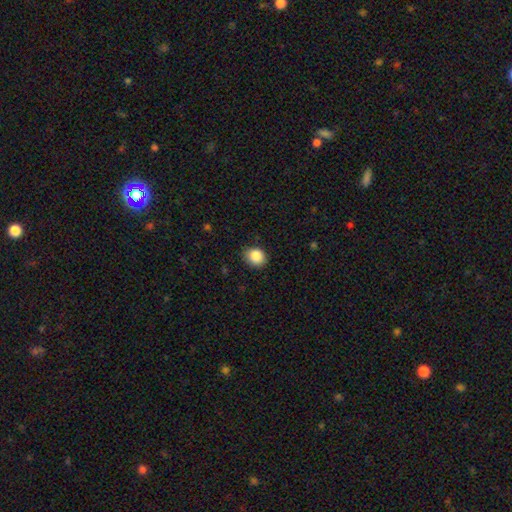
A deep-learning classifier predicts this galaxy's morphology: A smooth galaxy with no disk features (87%) that is round (68%).

Vote fractions:
- Smooth or featured? smooth: 87% / star or artifact: 9% / featured or disk: 4%
- How rounded? round: 68% / in between: 31% / cigar-shaped: 1%
- Merging? none: 84% / minor disturbance: 12% / major disturbance: 2% / merger: 1%